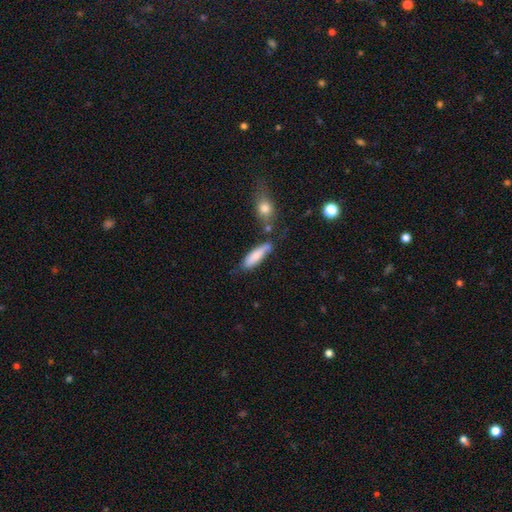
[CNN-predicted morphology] Smooth or featured?
  - smooth: 78% *
  - featured or disk: 15%
  - star or artifact: 7%
How rounded?
  - cigar-shaped: 54% *
  - in between: 44%
  - round: 2%
Merging?
  - none: 55% *
  - minor disturbance: 25%
  - merger: 12%
  - major disturbance: 8%